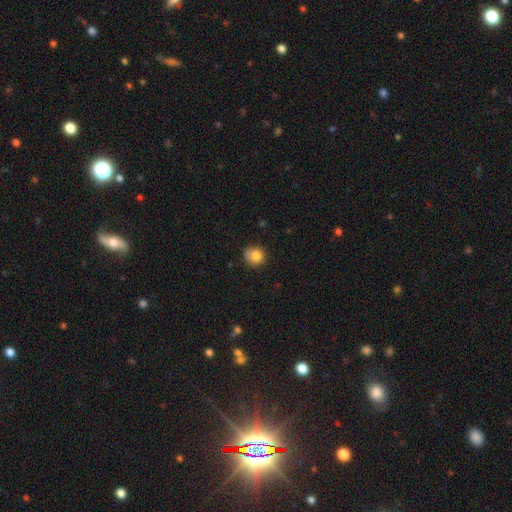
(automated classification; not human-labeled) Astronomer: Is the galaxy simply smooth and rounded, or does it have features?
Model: smooth — 82%.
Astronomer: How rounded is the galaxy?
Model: round — 88%.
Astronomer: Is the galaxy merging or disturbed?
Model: none — 71%.